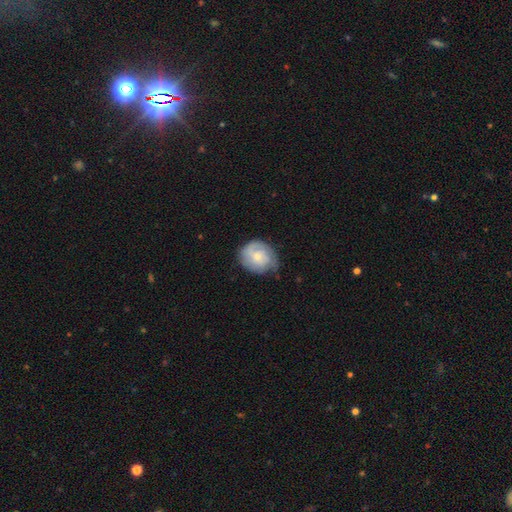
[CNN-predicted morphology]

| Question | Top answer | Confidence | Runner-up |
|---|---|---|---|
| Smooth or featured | smooth | 48% | featured or disk (46%) |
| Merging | none | 58% | minor disturbance (31%) |